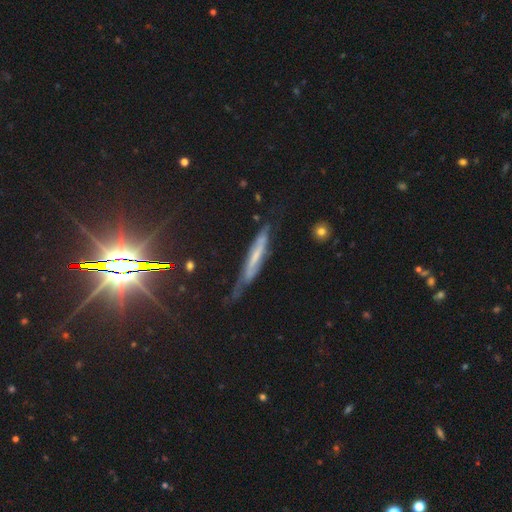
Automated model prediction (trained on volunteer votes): Smooth or featured? Predicted: featured or disk (p=0.60). Edge-on disk? Predicted: yes (p=0.72). Merging? Predicted: none (p=0.55).